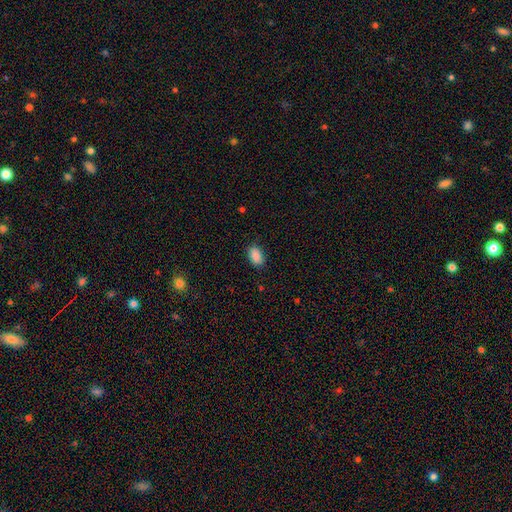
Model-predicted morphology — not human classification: smooth-or-featured: smooth: 90% | star or artifact: 8% | featured or disk: 3%
  how-rounded: in between: 91% | round: 7% | cigar-shaped: 2%
  merging: none: 84% | minor disturbance: 12% | major disturbance: 3% | merger: 1%